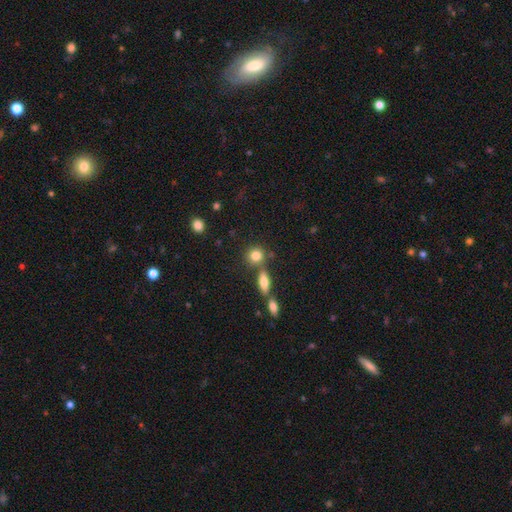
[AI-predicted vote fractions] Morphology: type=smooth (82%); roundness=round (76%); merging=none (65%).